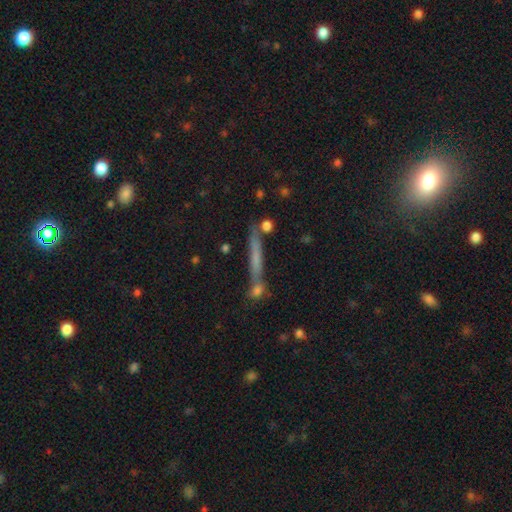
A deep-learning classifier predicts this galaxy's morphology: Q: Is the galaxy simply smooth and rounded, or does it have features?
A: smooth — 53%.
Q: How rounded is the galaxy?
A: cigar-shaped — 92%.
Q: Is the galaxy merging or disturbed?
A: none — 72%.